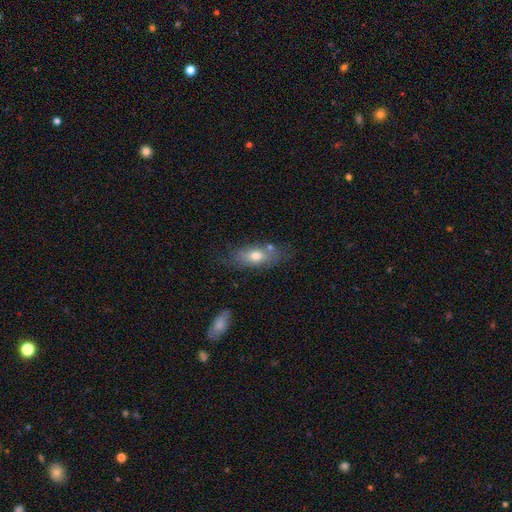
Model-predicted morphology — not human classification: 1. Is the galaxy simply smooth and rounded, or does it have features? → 65% smooth, 27% featured or disk, 8% star or artifact.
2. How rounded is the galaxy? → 77% in between, 17% cigar-shaped, 5% round.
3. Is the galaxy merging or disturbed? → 65% none, 20% minor disturbance, 8% merger, 6% major disturbance.